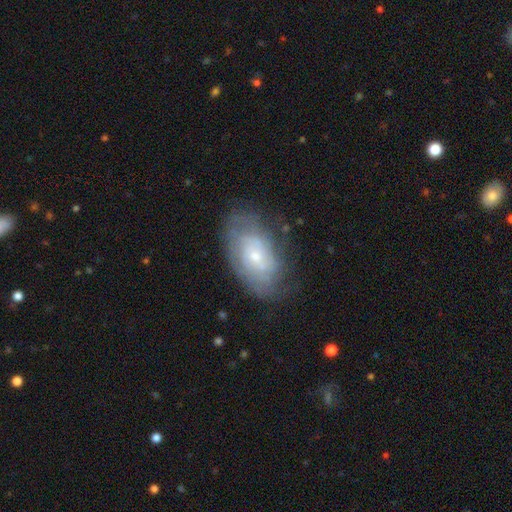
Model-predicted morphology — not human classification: The model was most divided on "smooth or featured": featured or disk: 61%, smooth: 31%, star or artifact: 7%. More confident: edge-on disk — no (94%); bar — no (73%); spiral arms — yes (70%); merging — none (65%); bulge size — small (62%).